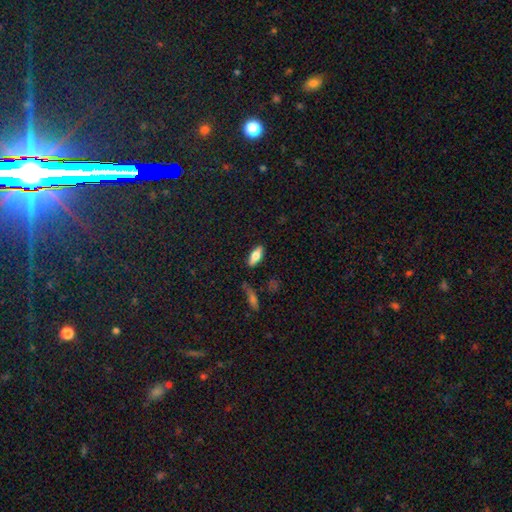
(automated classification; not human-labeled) smooth 66%, featured or disk 27%, star or artifact 7%. Down the decision tree: how rounded — in between (74%); merging — none (84%).